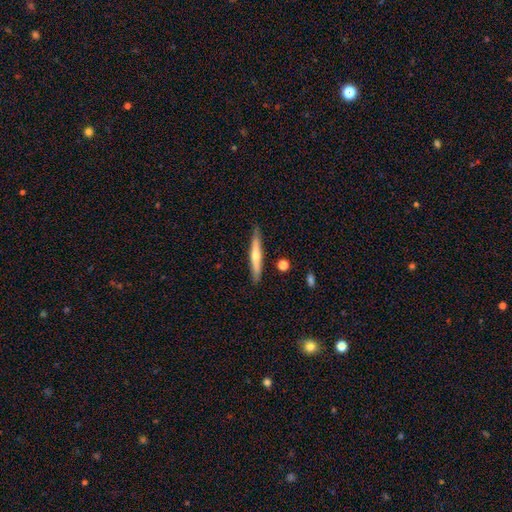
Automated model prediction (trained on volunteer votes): Overall: featured or disk (49%; smooth 45%). Merging: none (86%).